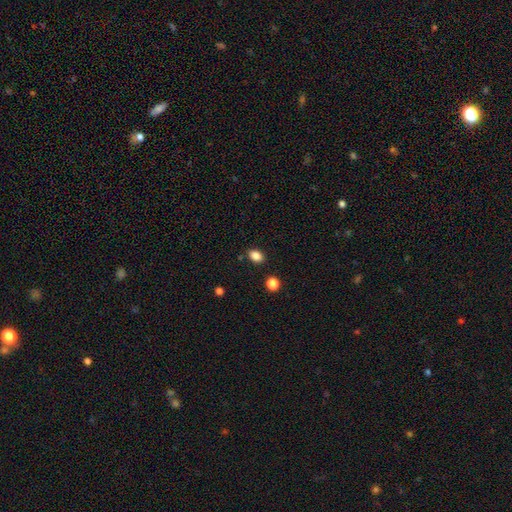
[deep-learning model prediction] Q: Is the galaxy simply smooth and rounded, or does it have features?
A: smooth — 86%.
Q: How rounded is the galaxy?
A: in between — 78%.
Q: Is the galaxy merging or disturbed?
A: none — 85%.